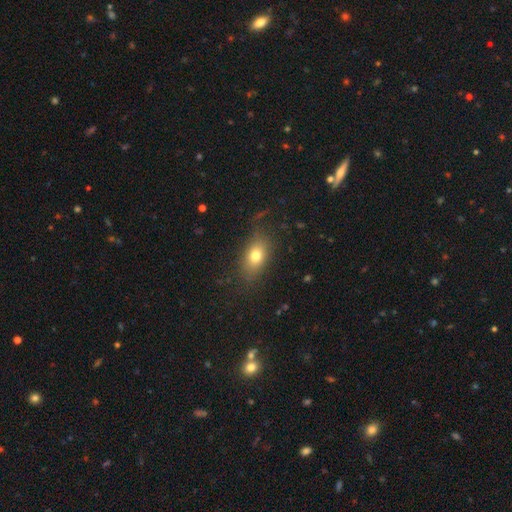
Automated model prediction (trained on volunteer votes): smooth 75%, featured or disk 15%, star or artifact 10%. Down the decision tree: how rounded — in between (79%); merging — none (77%).